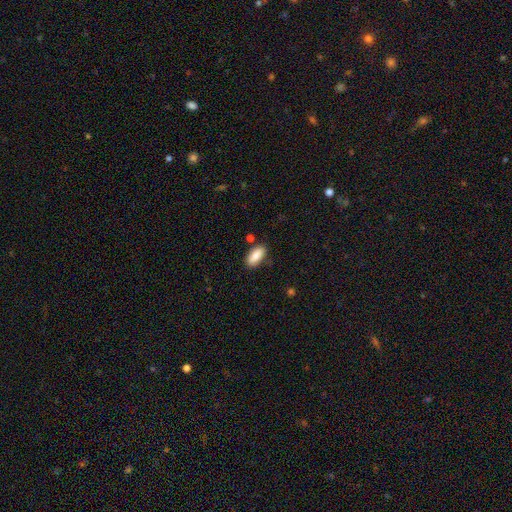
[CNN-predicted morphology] Smooth or featured? Predicted: smooth (p=0.85). How rounded? Predicted: in between (p=0.89). Merging? Predicted: none (p=0.83).